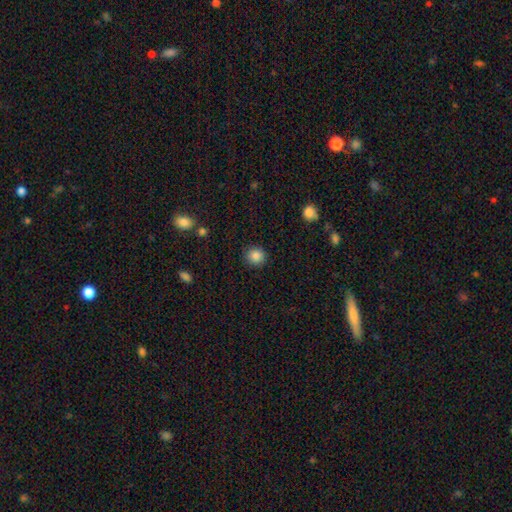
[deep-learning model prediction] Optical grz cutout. It shows a smooth galaxy with no disk features (86%) that is round (90%). Merging: none (90%).